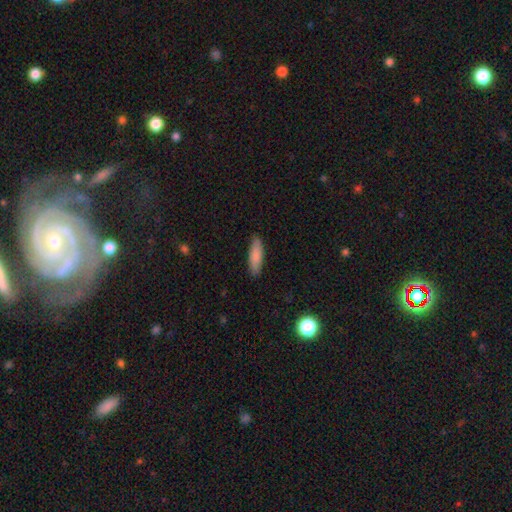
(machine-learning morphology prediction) Smooth or featured? Predicted: smooth (p=0.85). How rounded? Predicted: cigar-shaped (p=0.57). Merging? Predicted: none (p=0.88).